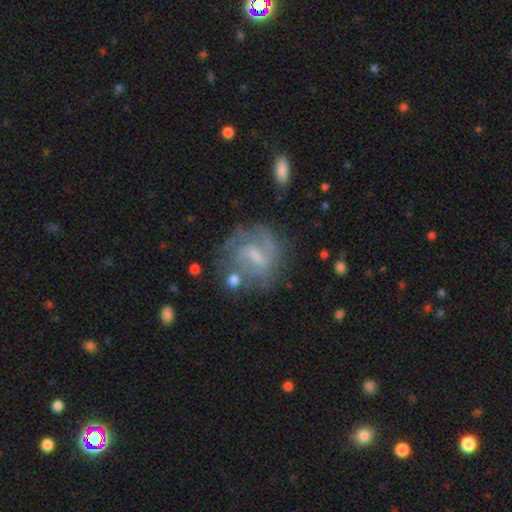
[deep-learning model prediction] Morphology: type=featured or disk (71%); edge-on=no (97%); bar=weak (57%); spiral arms=yes (82%); winding=medium (44%); arm count=2 (52%); bulge=small (44%); merging=none (62%).